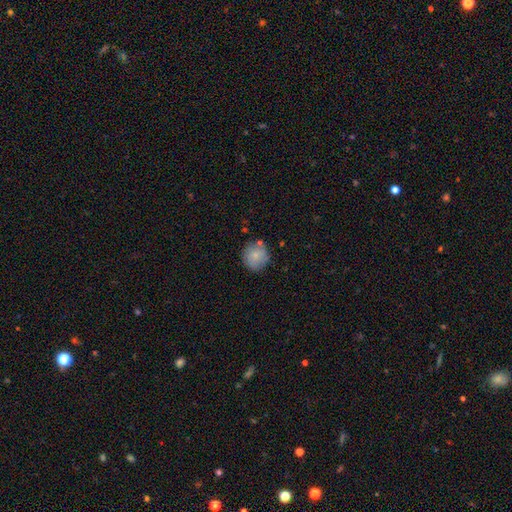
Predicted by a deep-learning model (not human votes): Morphology: type=smooth (82%); roundness=round (91%); merging=none (79%).